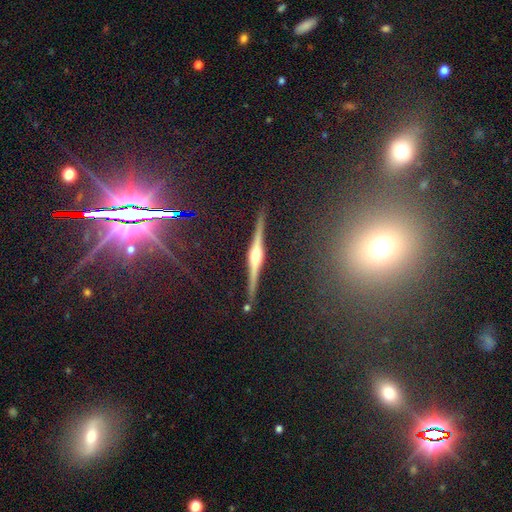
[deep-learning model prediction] Q: Smooth or featured?
A: featured or disk (76%); runner-up: star or artifact (13%)
Q: Edge-on disk?
A: yes (94%); runner-up: no (6%)
Q: Edge-on bulge?
A: rounded (85%); runner-up: boxy (9%)
Q: Merging?
A: none (87%); runner-up: minor disturbance (8%)